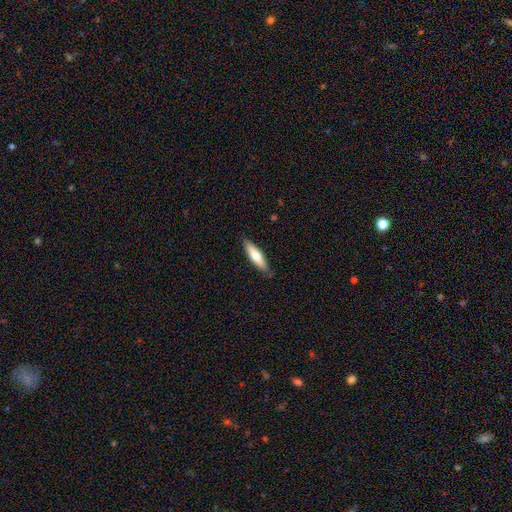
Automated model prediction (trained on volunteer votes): This appears to be a smooth galaxy with no disk features (66%) that is cigar-shaped (68%). Merging: none (84%).